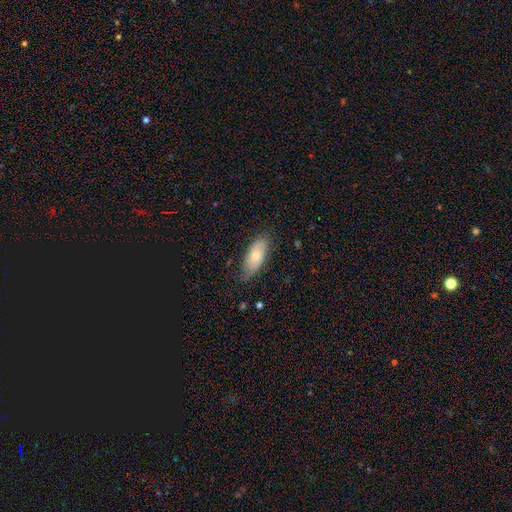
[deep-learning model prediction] smooth 61%, featured or disk 32%, star or artifact 6%. Down the decision tree: how rounded — in between (85%); merging — none (73%).